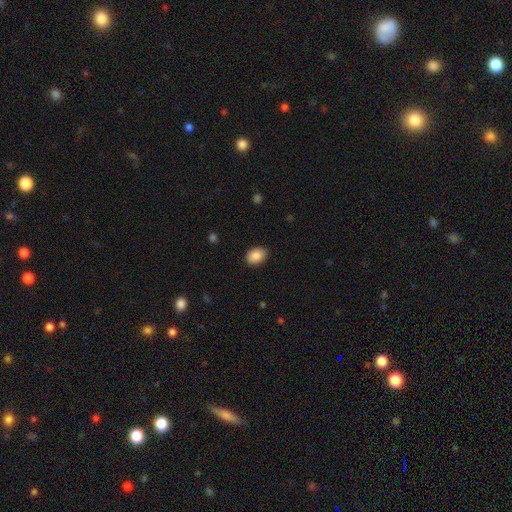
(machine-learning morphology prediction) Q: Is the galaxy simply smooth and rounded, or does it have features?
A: smooth — 88%.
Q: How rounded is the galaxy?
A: in between — 78%.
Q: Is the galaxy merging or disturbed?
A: none — 88%.